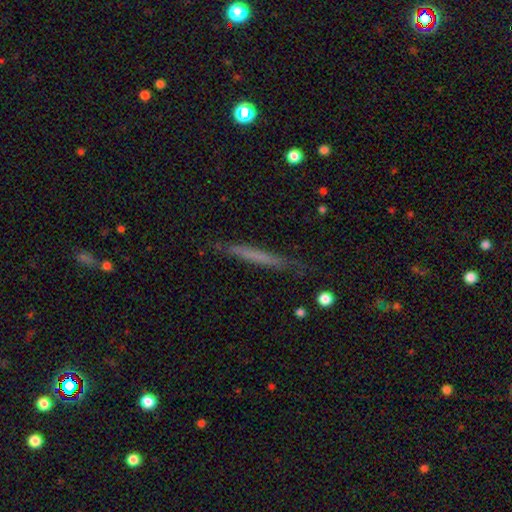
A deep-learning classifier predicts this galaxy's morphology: This is possibly a smooth galaxy (53%). How rounded: clearly cigar-shaped (96%). Merging: clearly none (83%).